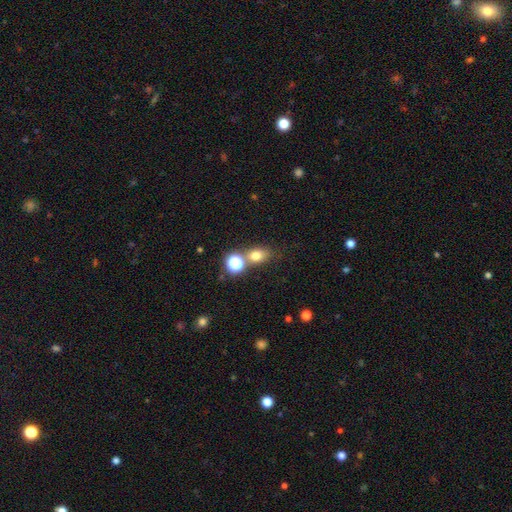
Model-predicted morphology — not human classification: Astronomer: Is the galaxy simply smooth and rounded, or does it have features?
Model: smooth — 72%.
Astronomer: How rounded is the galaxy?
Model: in between — 50% (runner-up: round, 49%).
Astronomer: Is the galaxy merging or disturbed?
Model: none — 61%.